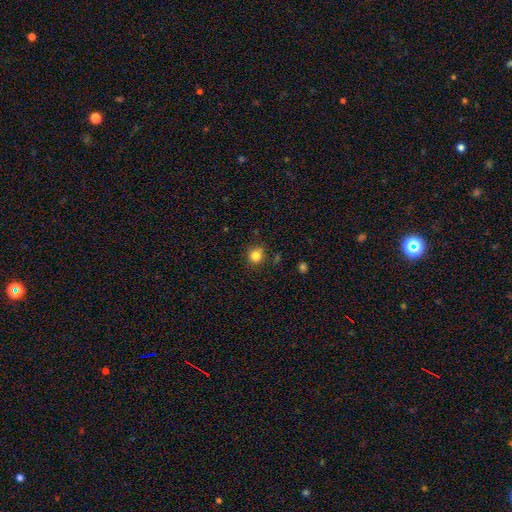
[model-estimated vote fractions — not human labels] Morphology: type=smooth (82%); roundness=round (88%); merging=none (82%).